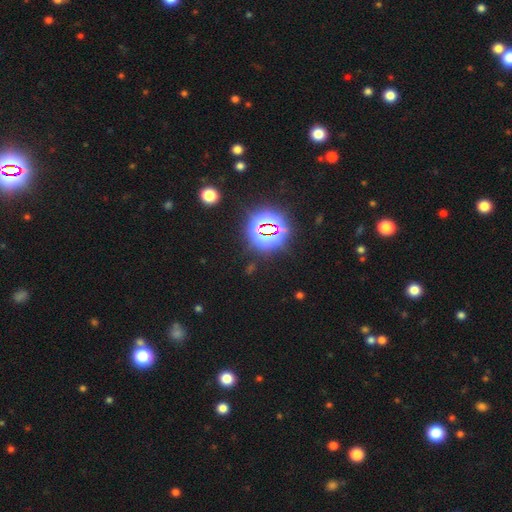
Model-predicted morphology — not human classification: star or artifact 81%, smooth 12%, featured or disk 7%.